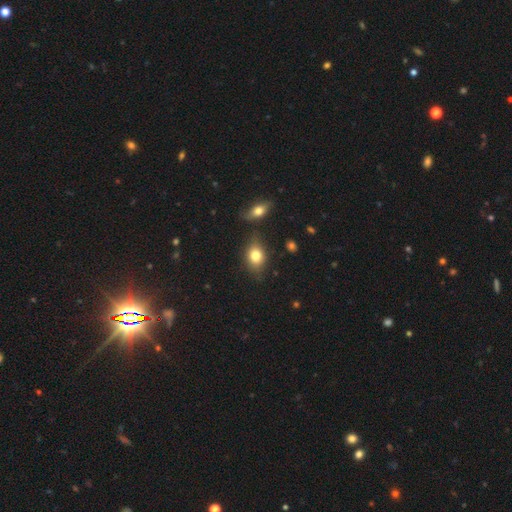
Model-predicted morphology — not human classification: A smooth galaxy with no disk features (78%) that is in between round and cigar-shaped (67%). Merging: none (74%).